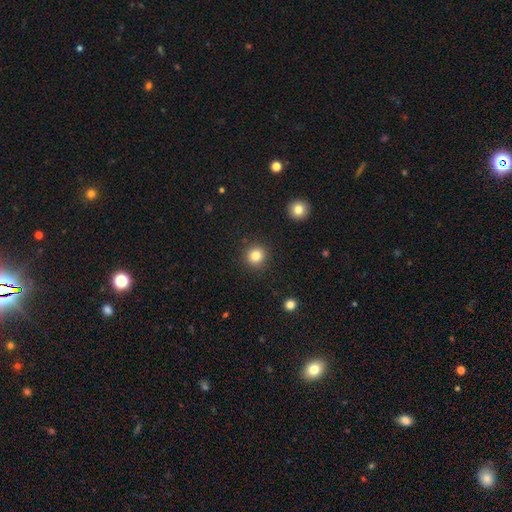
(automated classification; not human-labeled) Morphology: type=smooth (82%); roundness=round (93%); merging=none (90%).